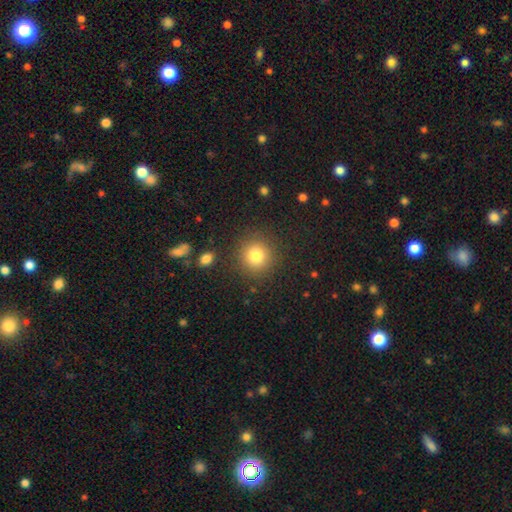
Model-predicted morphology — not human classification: smooth-or-featured: smooth: 80% | star or artifact: 12% | featured or disk: 8%
  how-rounded: round: 92% | in between: 7% | cigar-shaped: 1%
  merging: none: 88% | minor disturbance: 7% | major disturbance: 3% | merger: 2%